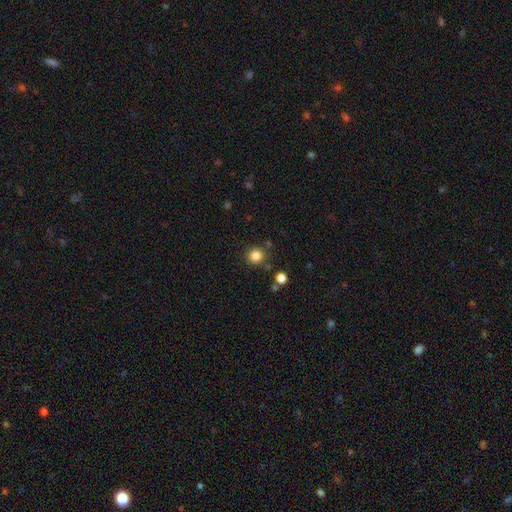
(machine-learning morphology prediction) type=smooth (84%); roundness=round (92%); merging=none (85%).